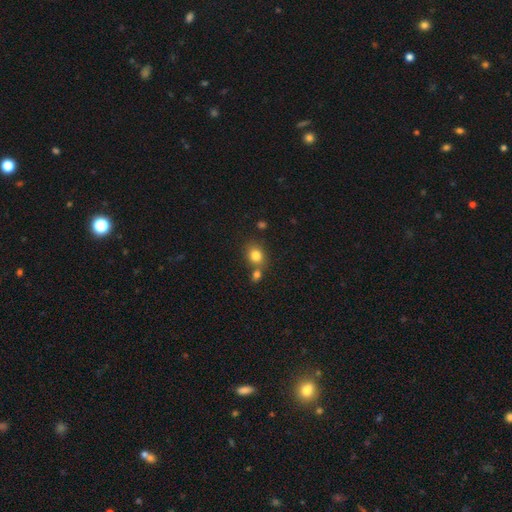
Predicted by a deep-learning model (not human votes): Smooth or featured: smooth — 82% (star or artifact — 11%)
How rounded: round — 64% (in between — 35%)
Merging: none — 59% (merger — 26%)